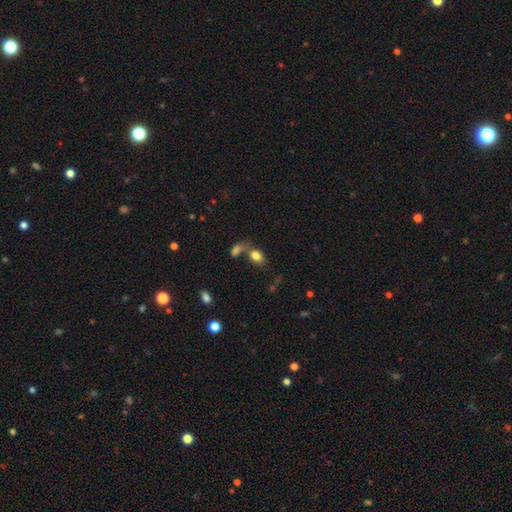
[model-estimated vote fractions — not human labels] This appears to be a smooth galaxy with no disk features (81%) that is in between round and cigar-shaped (82%). Merging: none (49%).